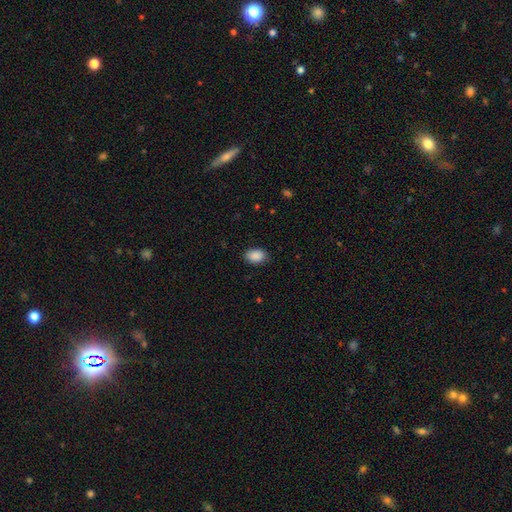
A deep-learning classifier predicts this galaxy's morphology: This appears to be a smooth galaxy with no disk features (90%) that is in between round and cigar-shaped (87%). Merging: none (85%).